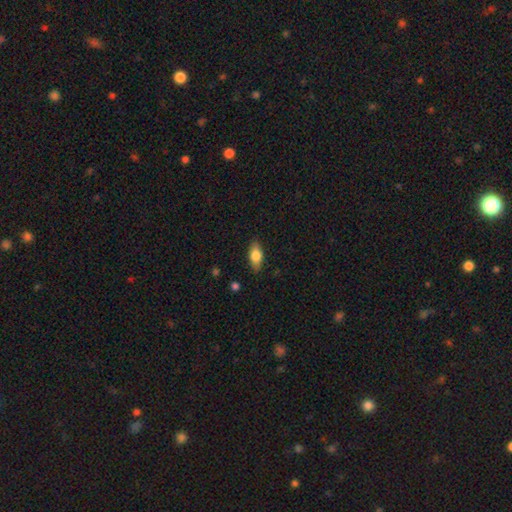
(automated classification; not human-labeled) smooth_or_featured: smooth (p=0.73) [alt: featured or disk p=0.21]
how_rounded: in between (p=0.83) [alt: cigar-shaped p=0.13]
merging: none (p=0.86) [alt: minor disturbance p=0.11]